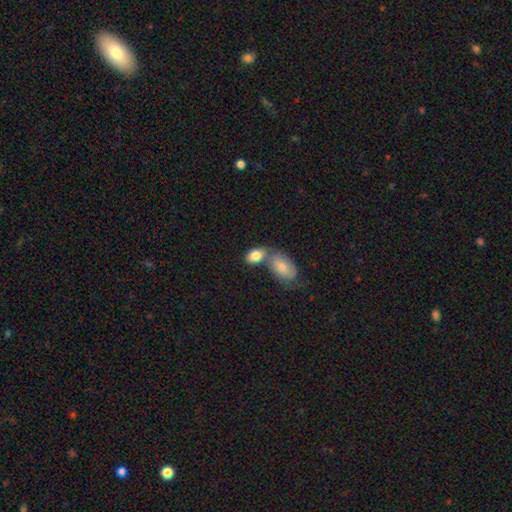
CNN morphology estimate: The model was most divided on "merging": merger: 47%, none: 35%, minor disturbance: 12%, major disturbance: 5%. More confident: how rounded — in between (89%); smooth or featured — smooth (83%).